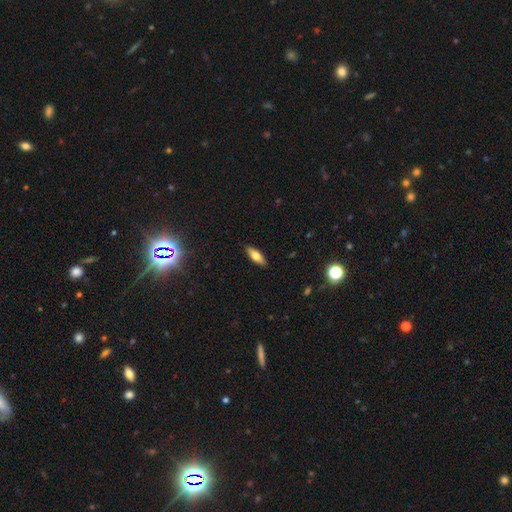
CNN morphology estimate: A smooth galaxy with no disk features (70%) that is in between round and cigar-shaped (64%).

Vote fractions:
- Smooth or featured? smooth: 70% / featured or disk: 23% / star or artifact: 7%
- How rounded? in between: 64% / cigar-shaped: 34% / round: 2%
- Merging? none: 89% / minor disturbance: 8% / major disturbance: 2% / merger: 1%